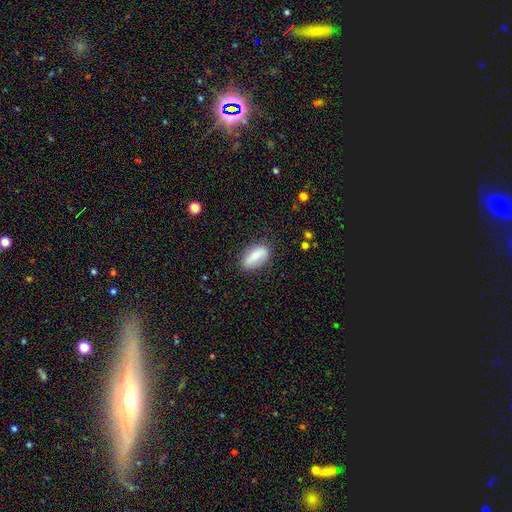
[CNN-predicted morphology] smooth 73%, featured or disk 20%, star or artifact 7%. Down the decision tree: how rounded — in between (86%); merging — none (80%).